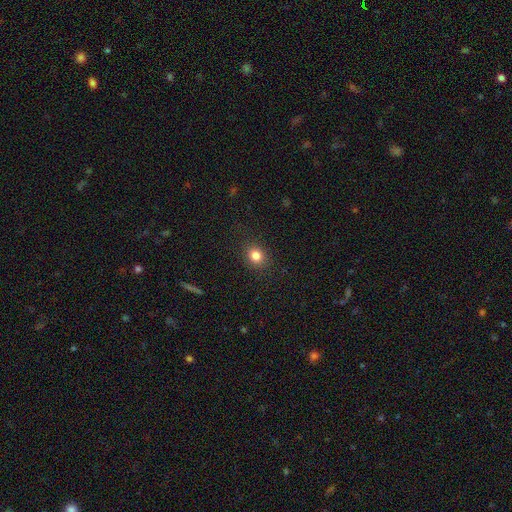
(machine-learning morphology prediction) This is clearly a smooth galaxy (83%). How rounded: likely round (70%). Merging: clearly none (88%).